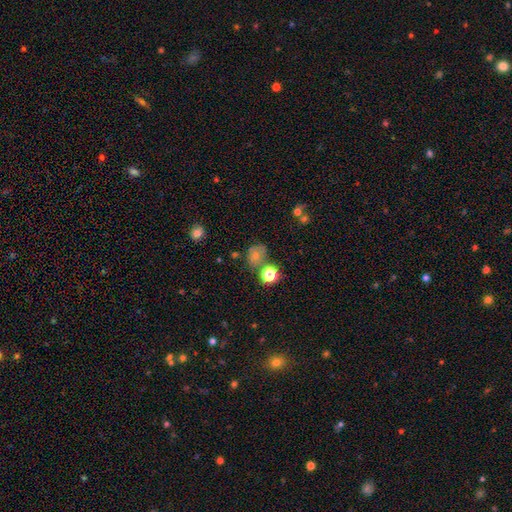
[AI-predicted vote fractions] A smooth galaxy with no disk features (68%) that is round (66%). Merging: none (55%).